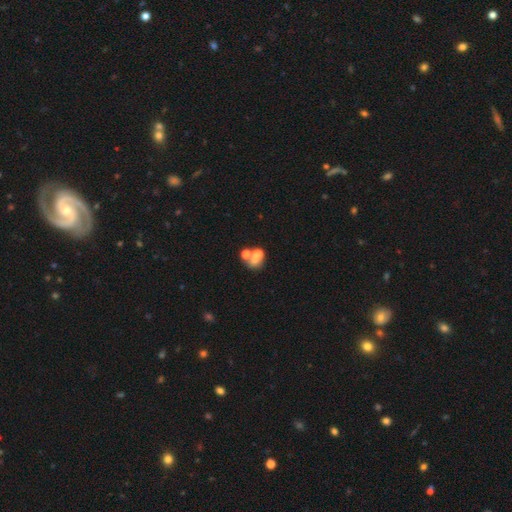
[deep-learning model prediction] Smooth or featured: smooth — 61% (featured or disk — 20%)
How rounded: in between — 57% (round — 42%)
Merging: merger — 50% (none — 32%)